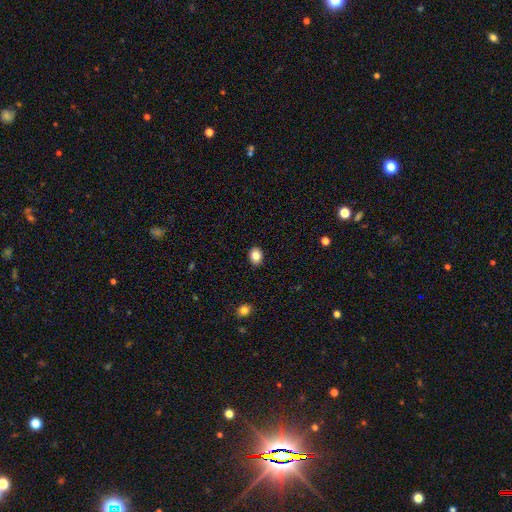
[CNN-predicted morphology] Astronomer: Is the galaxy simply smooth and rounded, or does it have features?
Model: smooth — 85%.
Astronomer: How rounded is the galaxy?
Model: in between — 55% (runner-up: round, 44%).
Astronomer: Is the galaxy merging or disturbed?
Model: none — 90%.